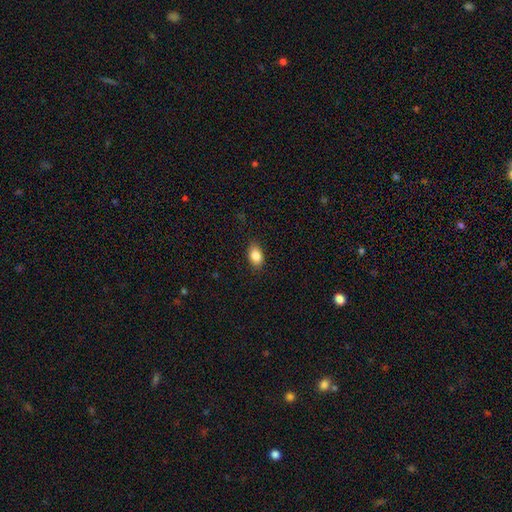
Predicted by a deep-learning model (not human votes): smooth_or_featured: smooth (p=0.84) [alt: star or artifact p=0.08]
how_rounded: in between (p=0.87) [alt: round p=0.11]
merging: none (p=0.86) [alt: minor disturbance p=0.11]